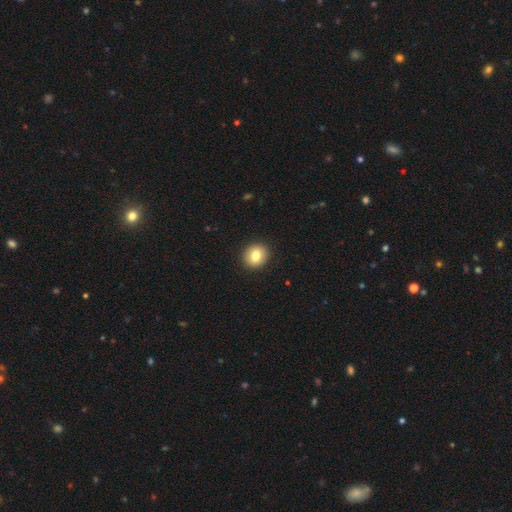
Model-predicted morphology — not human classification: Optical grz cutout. It shows a smooth galaxy with no disk features (81%) that is round (80%). Merging: none (92%).